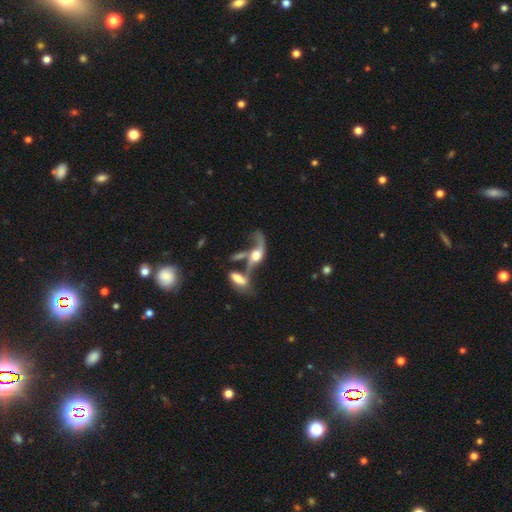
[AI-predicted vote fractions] Smooth or featured?
  - featured or disk: 74% *
  - smooth: 18%
  - star or artifact: 8%
Edge-on disk?
  - no: 70% *
  - yes: 30%
Bar?
  - no: 68% *
  - weak: 23%
  - strong: 9%
Spiral arms?
  - yes: 81% *
  - no: 19%
Bulge size?
  - moderate: 50% *
  - large: 31%
  - small: 11%
  - dominant: 5%
  - none: 4%
Merging?
  - merger: 46% *
  - none: 25%
  - major disturbance: 17%
  - minor disturbance: 12%